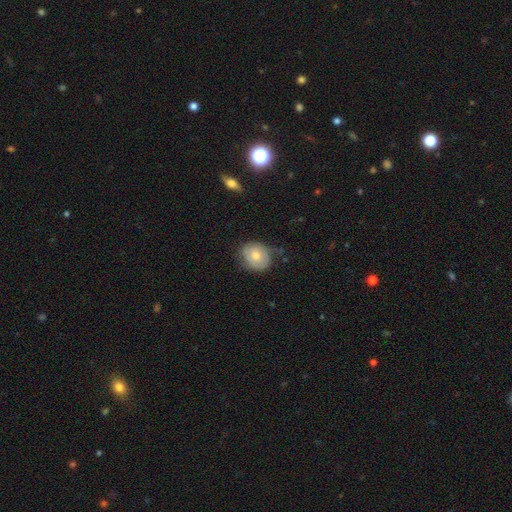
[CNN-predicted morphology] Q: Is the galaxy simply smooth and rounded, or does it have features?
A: smooth — 56%.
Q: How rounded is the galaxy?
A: round — 61%.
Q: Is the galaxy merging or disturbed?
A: none — 63%.